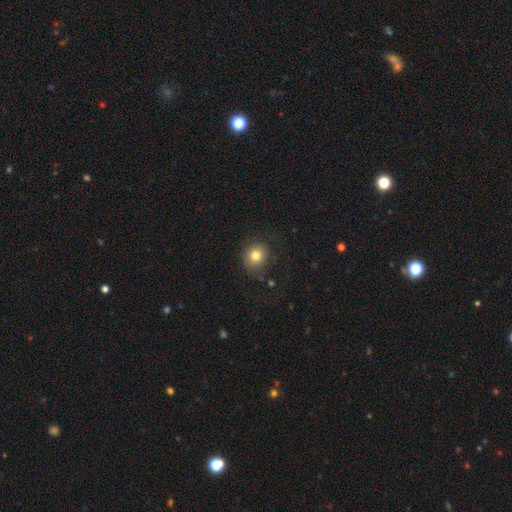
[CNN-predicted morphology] Smooth or featured? Predicted: smooth (p=0.80). How rounded? Predicted: round (p=0.80). Merging? Predicted: none (p=0.78).